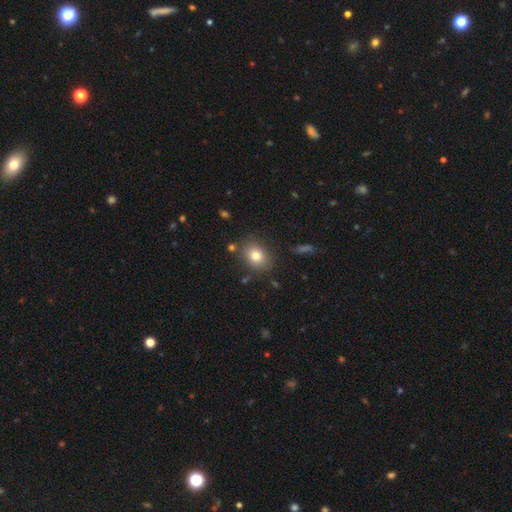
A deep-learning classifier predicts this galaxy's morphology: Overall: smooth (79%). How rounded: in between (55%; round 44%). Merging: none (81%).